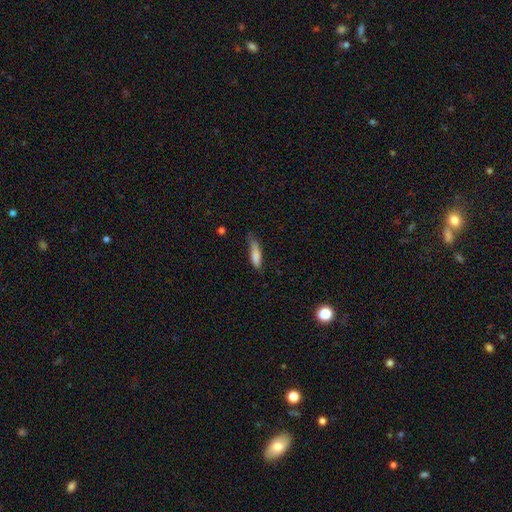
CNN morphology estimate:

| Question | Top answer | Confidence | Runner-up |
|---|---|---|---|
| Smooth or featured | smooth | 83% | featured or disk (10%) |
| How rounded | cigar-shaped | 63% | in between (35%) |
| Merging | none | 50% | minor disturbance (37%) |